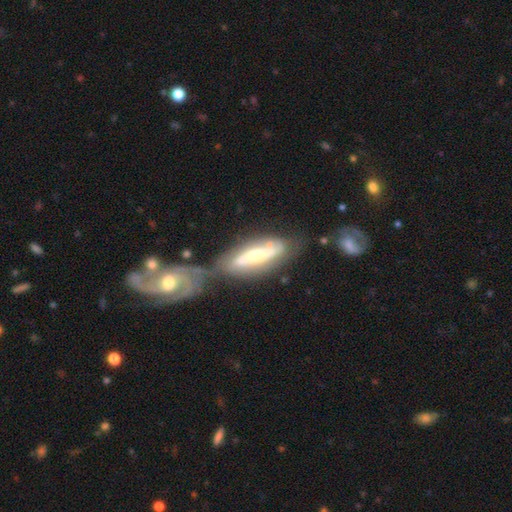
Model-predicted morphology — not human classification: Q: Smooth or featured?
A: featured or disk (70%); runner-up: smooth (25%)
Q: Edge-on disk?
A: no (76%); runner-up: yes (24%)
Q: Bar?
A: no (57%); runner-up: weak (24%)
Q: Spiral arms?
A: yes (68%); runner-up: no (32%)
Q: Bulge size?
A: moderate (63%); runner-up: small (29%)
Q: Merging?
A: merger (38%); runner-up: none (36%)